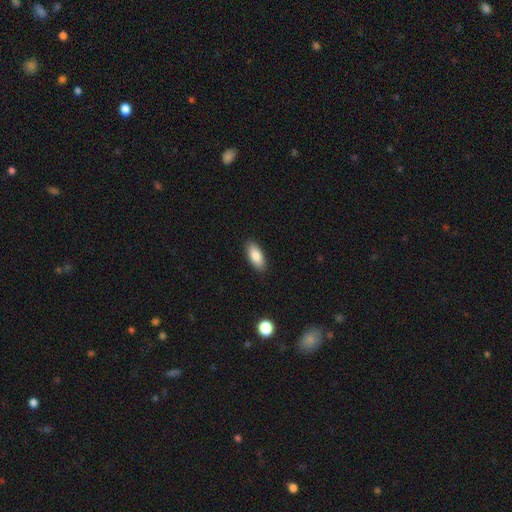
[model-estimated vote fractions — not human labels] A smooth galaxy with no disk features (85%) that is in between round and cigar-shaped (84%). Merging: none (89%).